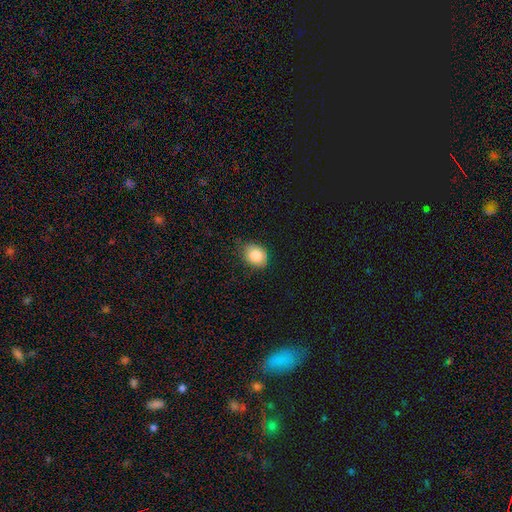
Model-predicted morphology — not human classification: Smooth or featured? smooth (83%)
How rounded? in between (50%)
Merging? none (72%)